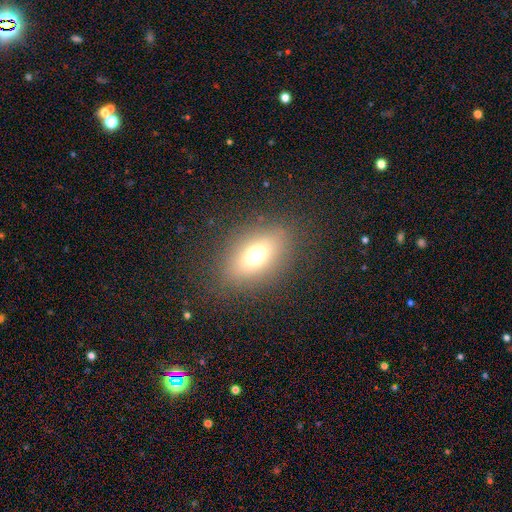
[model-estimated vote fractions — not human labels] Smooth or featured? Predicted: smooth (p=0.67). How rounded? Predicted: in between (p=0.79). Merging? Predicted: none (p=0.83).